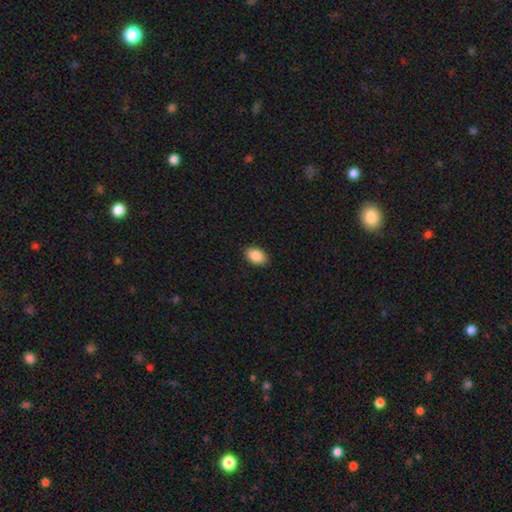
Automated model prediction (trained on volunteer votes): Smooth or featured? smooth (89%)
How rounded? in between (91%)
Merging? none (90%)